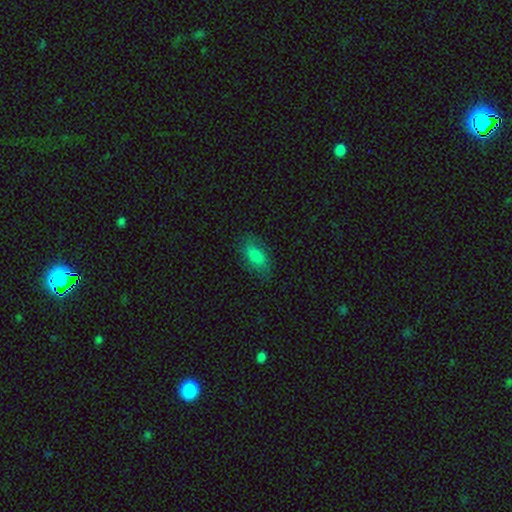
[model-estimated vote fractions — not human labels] Smooth or featured?
  - smooth: 79% *
  - featured or disk: 12%
  - star or artifact: 9%
How rounded?
  - in between: 87% *
  - cigar-shaped: 9%
  - round: 4%
Merging?
  - none: 76% *
  - minor disturbance: 18%
  - major disturbance: 5%
  - merger: 1%